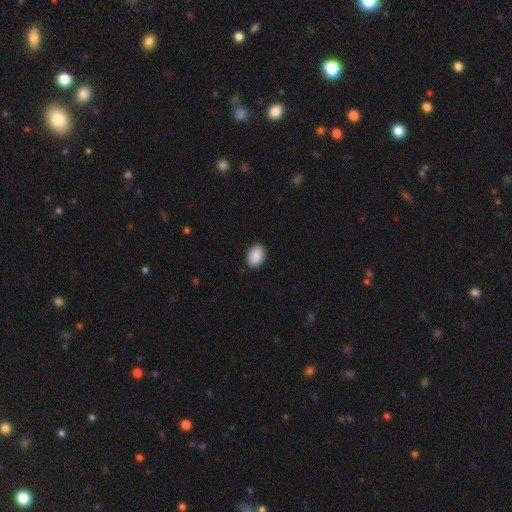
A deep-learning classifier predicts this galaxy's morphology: Smooth or featured? Predicted: smooth (p=0.91). How rounded? Predicted: in between (p=0.86). Merging? Predicted: none (p=0.89).